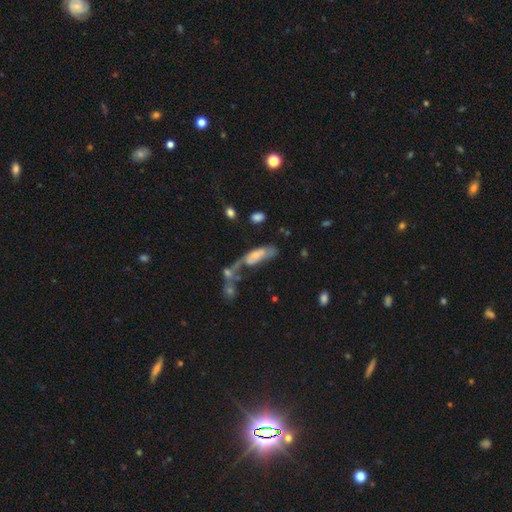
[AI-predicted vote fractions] Morphology: type=smooth (49%); merging=merger (35%).